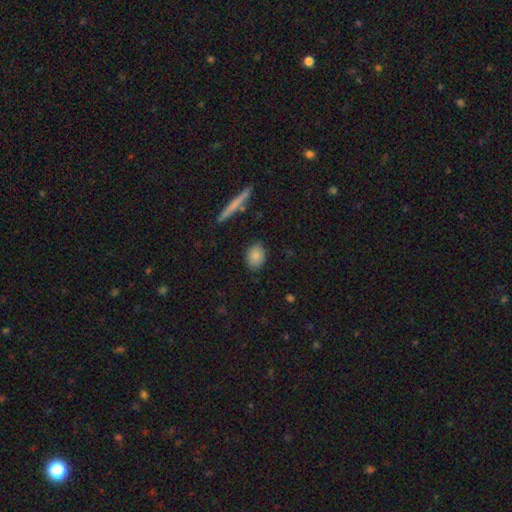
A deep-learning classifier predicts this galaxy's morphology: A smooth galaxy with no disk features (85%) that is in between round and cigar-shaped (64%). Merging: none (86%).